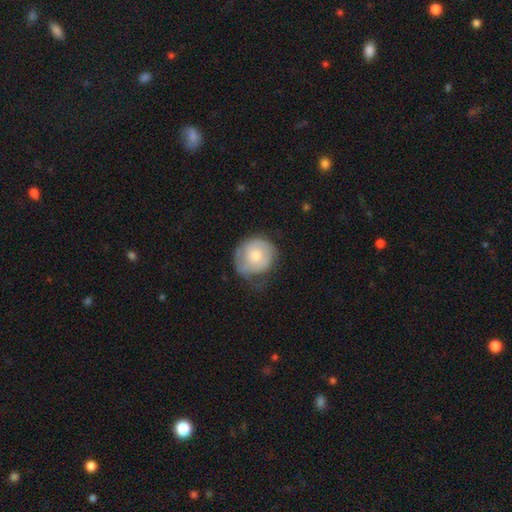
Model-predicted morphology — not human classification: Smooth or featured?
  - smooth: 53% *
  - featured or disk: 41%
  - star or artifact: 6%
How rounded?
  - round: 85% *
  - in between: 14%
  - cigar-shaped: 1%
Merging?
  - none: 47% *
  - minor disturbance: 35%
  - major disturbance: 17%
  - merger: 2%